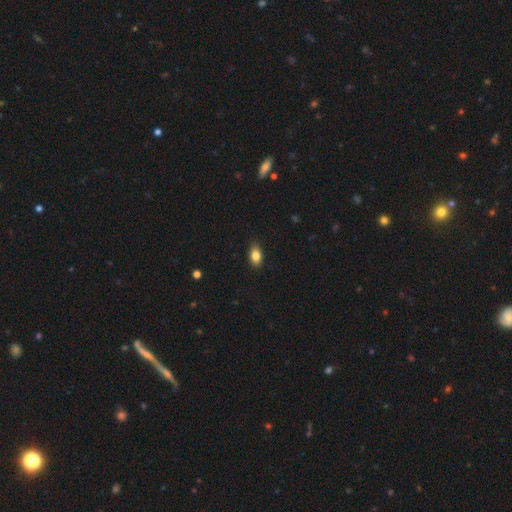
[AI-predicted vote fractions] Smooth or featured?
  - smooth: 83% *
  - star or artifact: 9%
  - featured or disk: 8%
How rounded?
  - in between: 86% *
  - round: 10%
  - cigar-shaped: 4%
Merging?
  - none: 84% *
  - minor disturbance: 12%
  - major disturbance: 2%
  - merger: 1%